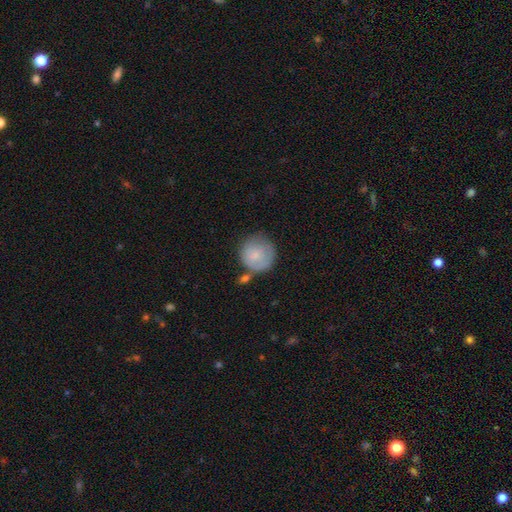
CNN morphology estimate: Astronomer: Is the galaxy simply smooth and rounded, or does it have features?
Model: smooth — 76%.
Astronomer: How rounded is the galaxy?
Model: round — 91%.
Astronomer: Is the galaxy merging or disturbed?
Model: none — 56%.